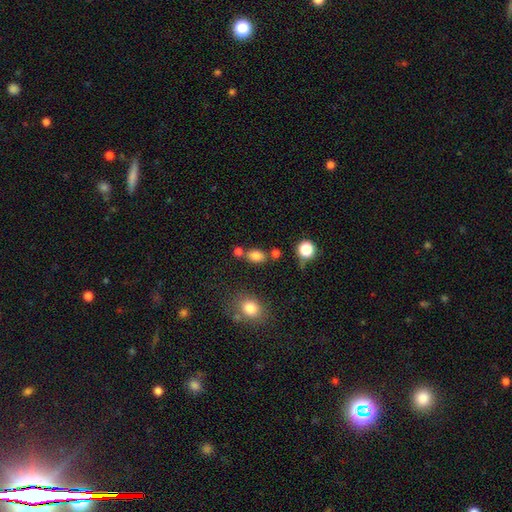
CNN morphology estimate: type=smooth (81%); roundness=in between (81%); merging=none (65%).